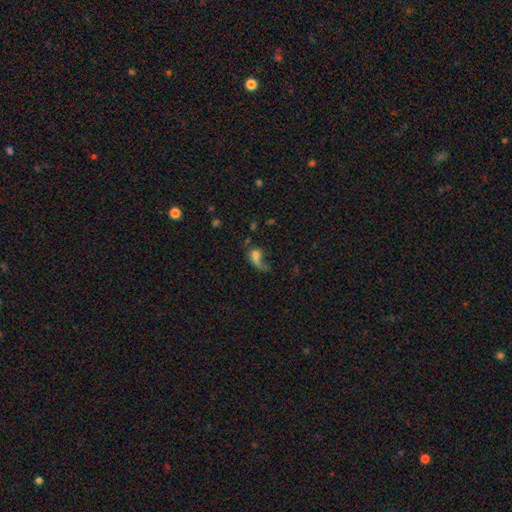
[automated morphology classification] This appears to be a smooth galaxy with no disk features (54%) that is in between round and cigar-shaped (63%). Merging: major disturbance (50%).